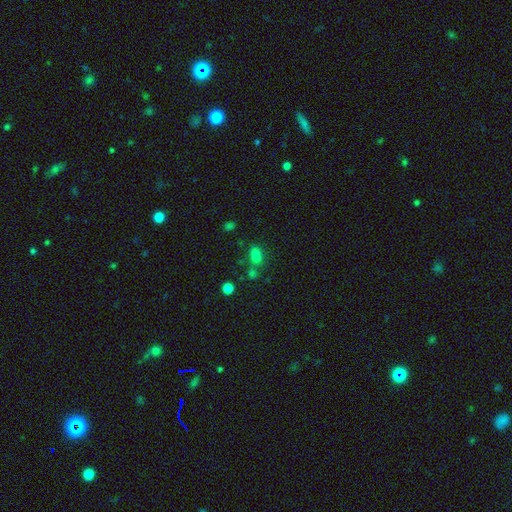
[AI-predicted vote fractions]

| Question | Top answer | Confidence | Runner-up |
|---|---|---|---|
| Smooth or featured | smooth | 75% | star or artifact (18%) |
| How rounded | in between | 80% | round (13%) |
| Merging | none | 57% | merger (20%) |